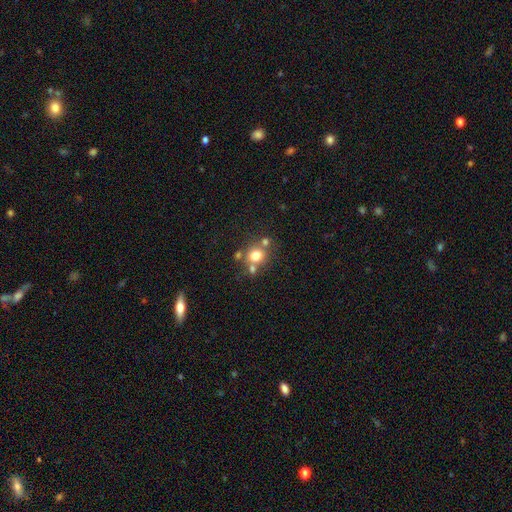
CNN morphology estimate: A smooth galaxy with no disk features (73%) that is round (81%).

Vote fractions:
- Smooth or featured? smooth: 73% / star or artifact: 14% / featured or disk: 13%
- How rounded? round: 81% / in between: 18% / cigar-shaped: 1%
- Merging? none: 59% / merger: 26% / minor disturbance: 10% / major disturbance: 5%